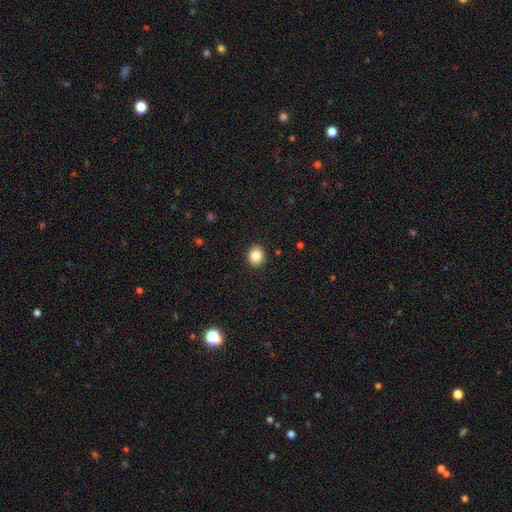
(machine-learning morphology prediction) Q: Smooth or featured?
A: smooth (85%); runner-up: star or artifact (9%)
Q: How rounded?
A: round (64%); runner-up: in between (35%)
Q: Merging?
A: none (91%); runner-up: minor disturbance (6%)